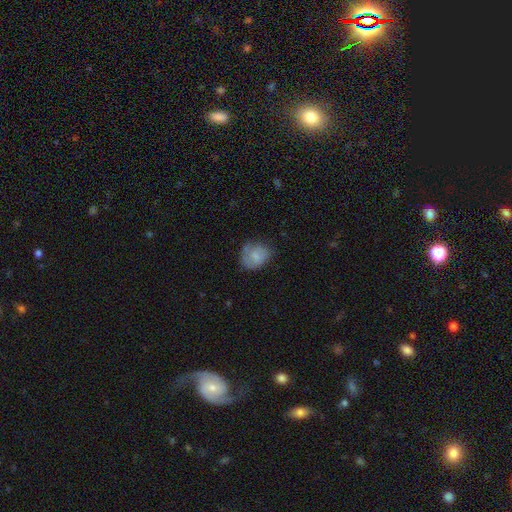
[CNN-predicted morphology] smooth-or-featured: smooth: 72% | featured or disk: 20% | star or artifact: 8%
  how-rounded: round: 52% | in between: 47% | cigar-shaped: 1%
  merging: none: 52% | minor disturbance: 32% | major disturbance: 13% | merger: 3%